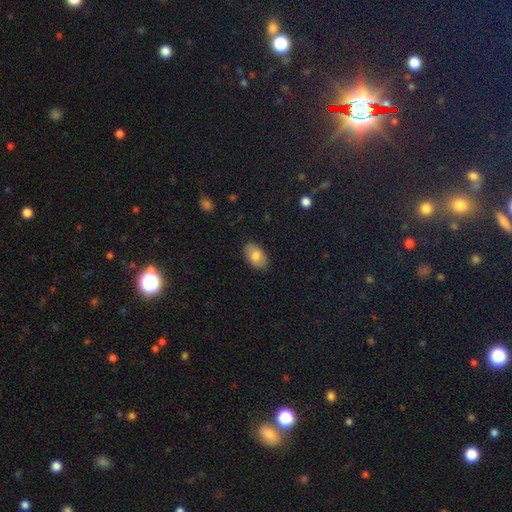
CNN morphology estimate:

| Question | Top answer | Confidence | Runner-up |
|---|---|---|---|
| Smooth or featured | smooth | 77% | featured or disk (16%) |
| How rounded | in between | 92% | round (6%) |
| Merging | none | 87% | minor disturbance (10%) |